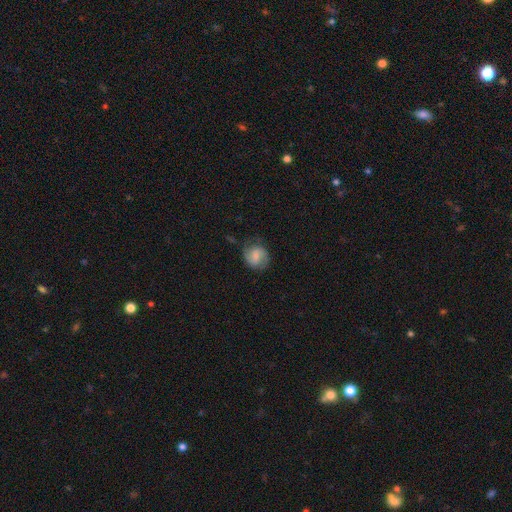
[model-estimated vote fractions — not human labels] A smooth galaxy with no disk features (47%).

Vote fractions:
- Smooth or featured? smooth: 47% / featured or disk: 45% / star or artifact: 8%
- Merging? none: 69% / minor disturbance: 21% / major disturbance: 9% / merger: 2%